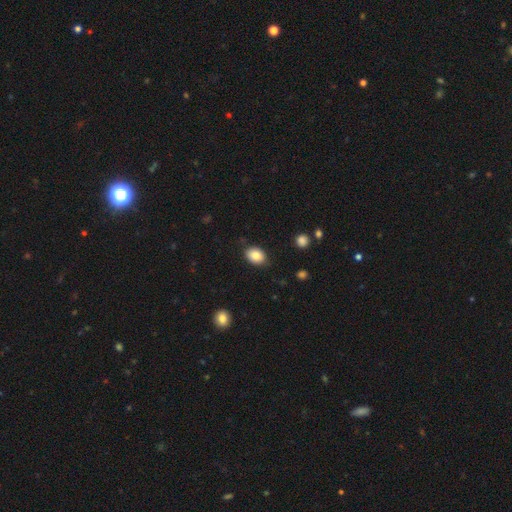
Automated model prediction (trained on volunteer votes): Smooth or featured: smooth — 85% (star or artifact — 8%)
How rounded: in between — 72% (round — 27%)
Merging: none — 84% (minor disturbance — 12%)